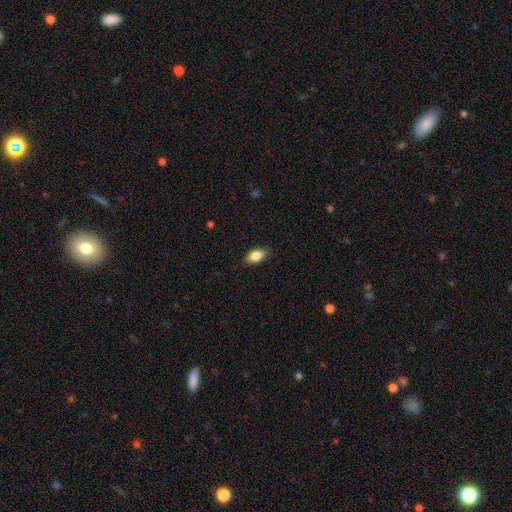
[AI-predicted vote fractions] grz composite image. It shows a smooth galaxy with no disk features (83%) that is in between round and cigar-shaped (87%). Merging: none (85%).